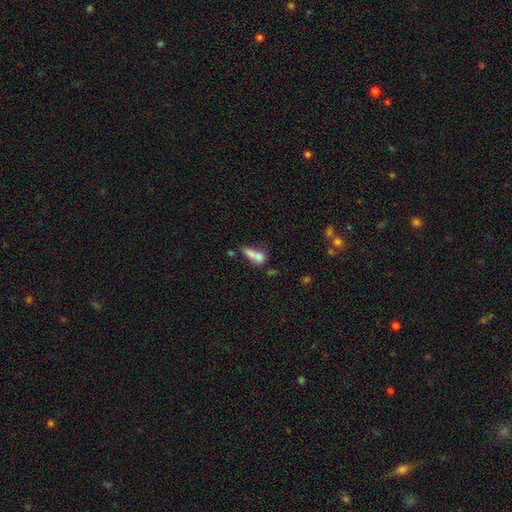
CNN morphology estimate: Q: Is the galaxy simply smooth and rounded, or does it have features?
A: smooth — 69%.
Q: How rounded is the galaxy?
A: in between — 55%.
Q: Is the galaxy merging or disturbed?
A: merger — 56%.